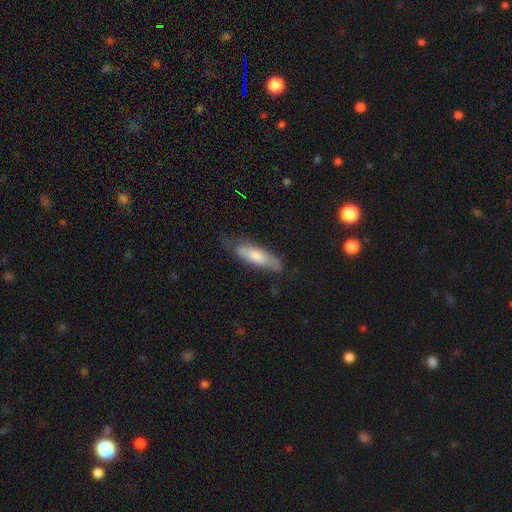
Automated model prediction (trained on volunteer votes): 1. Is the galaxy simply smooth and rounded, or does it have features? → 65% smooth, 28% featured or disk, 6% star or artifact.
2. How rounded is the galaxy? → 60% cigar-shaped, 38% in between, 2% round.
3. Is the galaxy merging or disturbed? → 66% none, 25% minor disturbance, 7% major disturbance, 2% merger.